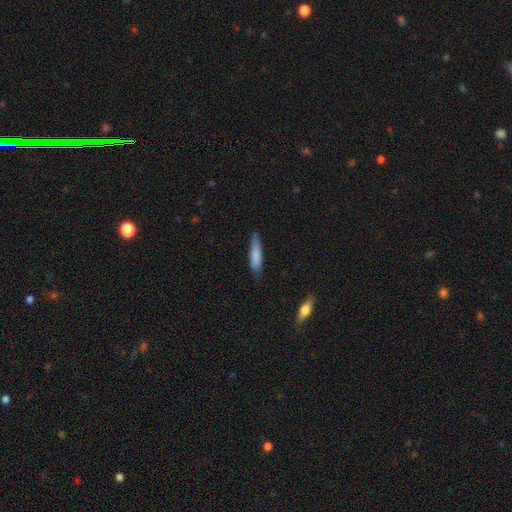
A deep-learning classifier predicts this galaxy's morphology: Smooth or featured? Predicted: smooth (p=0.81). How rounded? Predicted: cigar-shaped (p=0.81). Merging? Predicted: none (p=0.80).